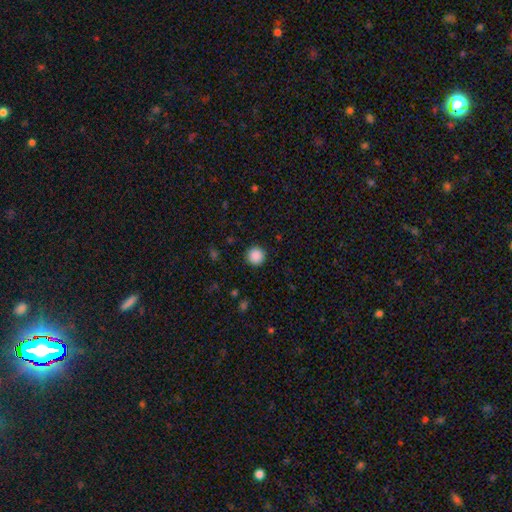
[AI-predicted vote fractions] A smooth galaxy with no disk features (88%) that is round (96%). Merging: none (92%).